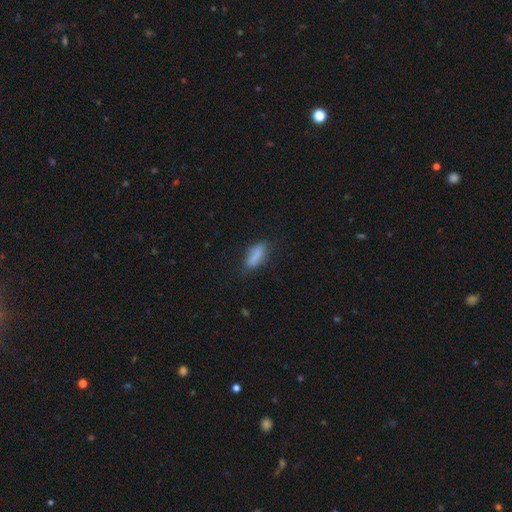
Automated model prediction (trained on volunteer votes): Smooth or featured?
  - smooth: 82% *
  - featured or disk: 10%
  - star or artifact: 8%
How rounded?
  - in between: 68% *
  - cigar-shaped: 29%
  - round: 3%
Merging?
  - none: 68% *
  - minor disturbance: 23%
  - major disturbance: 7%
  - merger: 2%